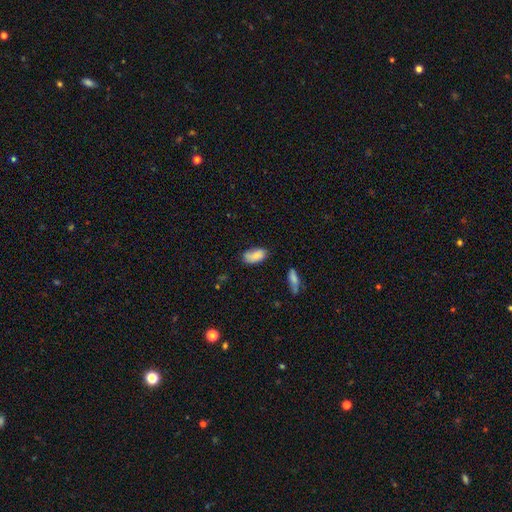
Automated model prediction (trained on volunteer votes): Overall: smooth (79%). How rounded: in between (92%). Merging: none (58%; minor disturbance 30%).